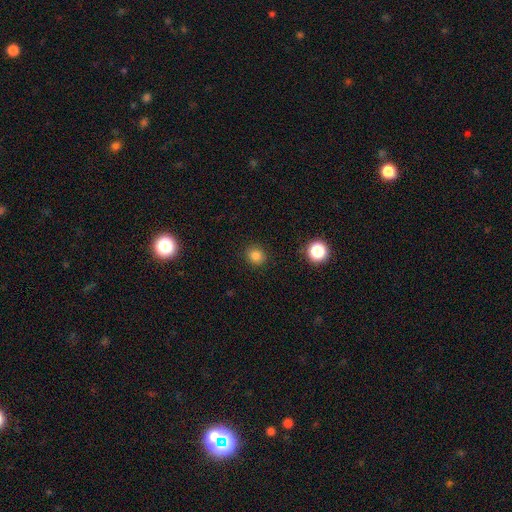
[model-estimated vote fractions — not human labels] smooth_or_featured: smooth (p=0.81) [alt: star or artifact p=0.14]
how_rounded: round (p=0.84) [alt: in between p=0.15]
merging: none (p=0.90) [alt: minor disturbance p=0.07]